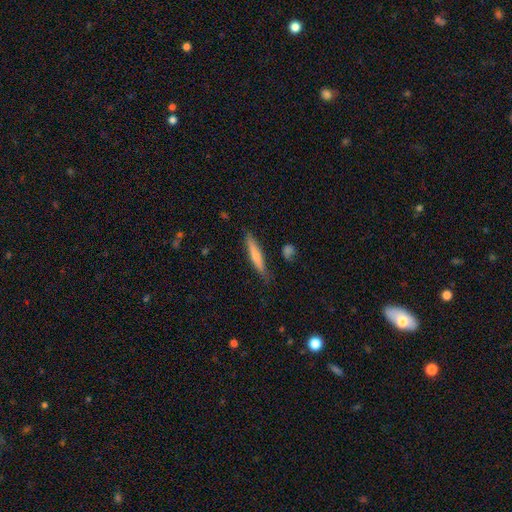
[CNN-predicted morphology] Smooth or featured? smooth (59%)
How rounded? cigar-shaped (91%)
Merging? none (82%)